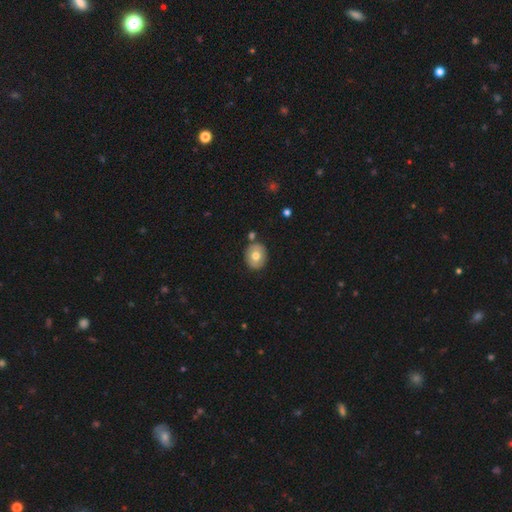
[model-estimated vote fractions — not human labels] Overall: smooth (72%). How rounded: round (70%). Merging: none (82%).